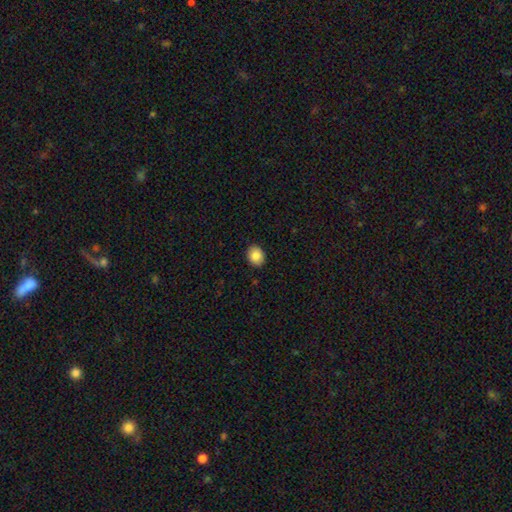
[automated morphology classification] Q: Smooth or featured?
A: smooth (86%); runner-up: star or artifact (8%)
Q: How rounded?
A: round (52%); runner-up: in between (47%)
Q: Merging?
A: none (90%); runner-up: minor disturbance (7%)